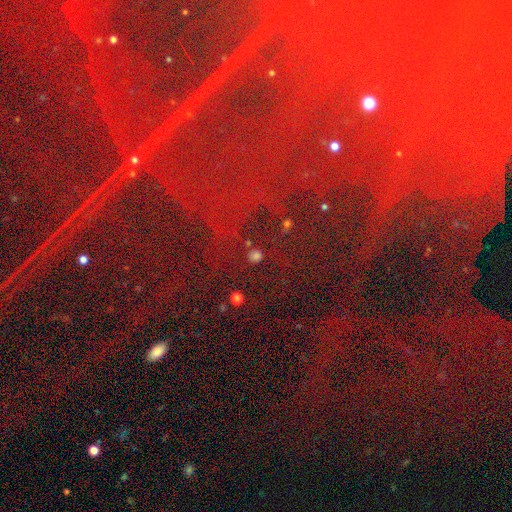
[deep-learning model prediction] Smooth or featured: star or artifact — 81% (smooth — 10%)